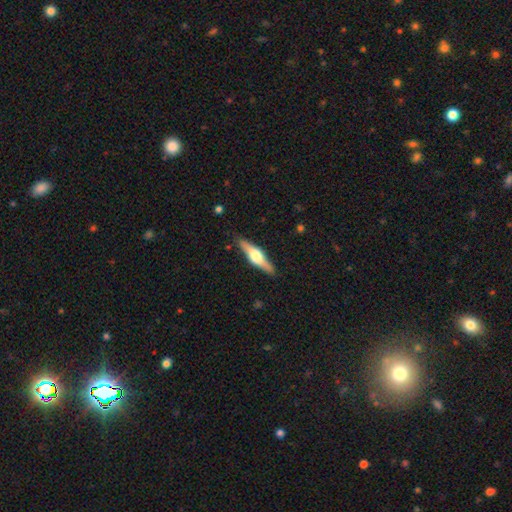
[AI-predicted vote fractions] Smooth or featured: featured or disk — 67% (smooth — 28%)
Edge-on disk: yes — 97% (no — 3%)
Edge-on bulge: rounded — 92% (boxy — 6%)
Merging: none — 88% (minor disturbance — 9%)